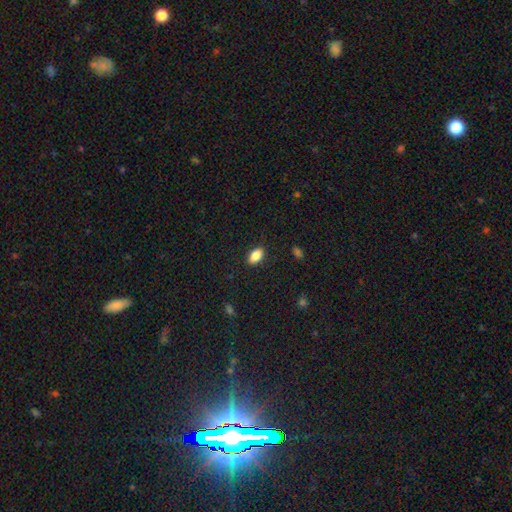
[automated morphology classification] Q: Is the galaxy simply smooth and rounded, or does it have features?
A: smooth — 86%.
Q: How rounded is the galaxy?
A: in between — 91%.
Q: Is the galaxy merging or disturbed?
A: none — 88%.